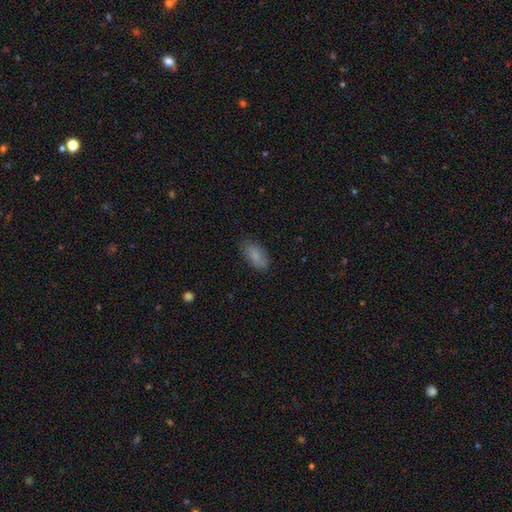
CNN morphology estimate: type=smooth (83%); roundness=in between (91%); merging=none (78%).